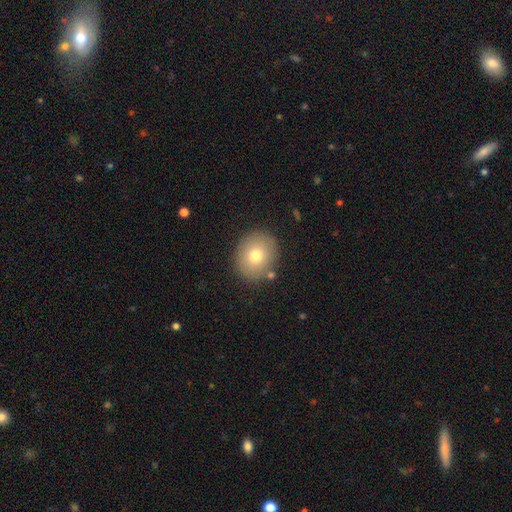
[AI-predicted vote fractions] smooth 74%, featured or disk 16%, star or artifact 10%. Down the decision tree: how rounded — round (76%); merging — none (84%).